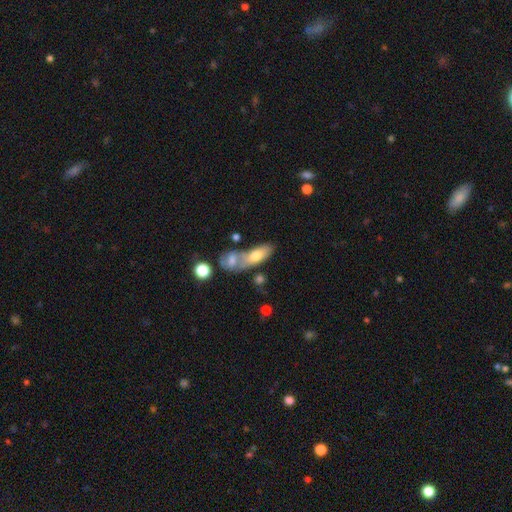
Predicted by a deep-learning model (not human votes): Smooth or featured: smooth — 68% (featured or disk — 25%)
How rounded: in between — 74% (cigar-shaped — 21%)
Merging: merger — 50% (none — 30%)